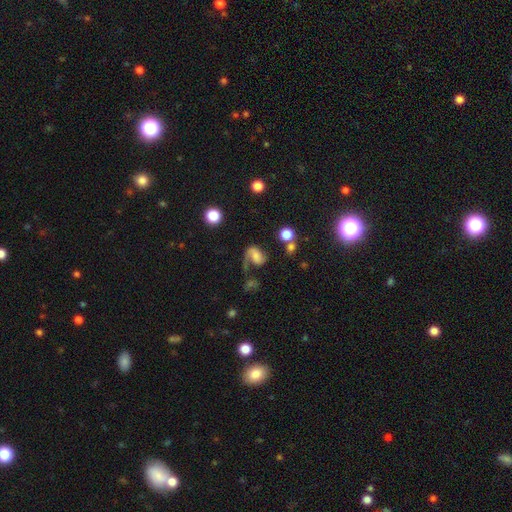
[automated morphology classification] The model was most divided on "bulge size": small: 29%, moderate: 28%, none: 26%, large: 13%, dominant: 4%. Remaining: edge-on disk — no (98%); spiral arms — yes (91%); smooth or featured — featured or disk (67%); spiral arm count — 1 (53%); bar — no (50%); spiral winding — loose (48%); merging — major disturbance (37%).